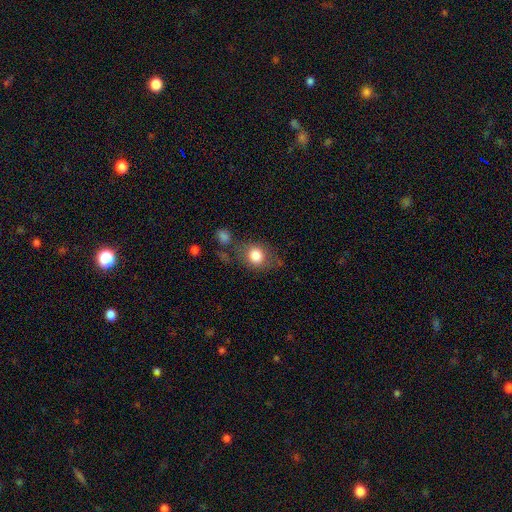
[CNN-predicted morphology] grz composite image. It shows a smooth galaxy with no disk features (78%) that is round (59%). Merging: none (59%).